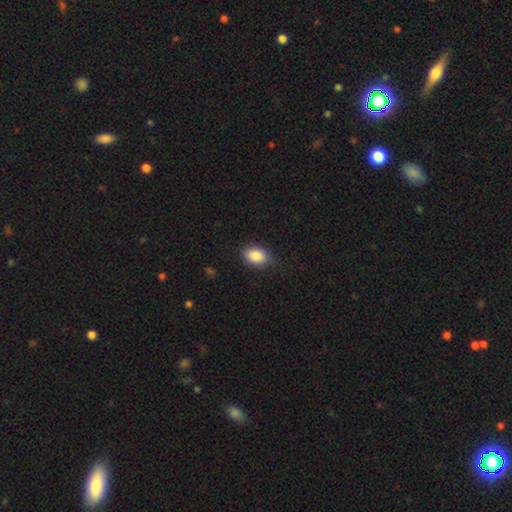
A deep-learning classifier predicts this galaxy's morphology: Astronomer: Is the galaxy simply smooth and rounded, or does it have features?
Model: smooth — 89%.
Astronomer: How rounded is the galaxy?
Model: in between — 85%.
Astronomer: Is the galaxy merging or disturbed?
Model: none — 81%.